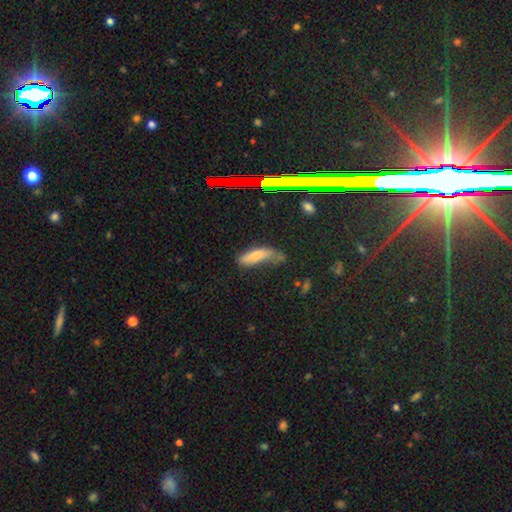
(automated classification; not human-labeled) Smooth or featured? smooth (73%)
How rounded? cigar-shaped (52%)
Merging? minor disturbance (34%)